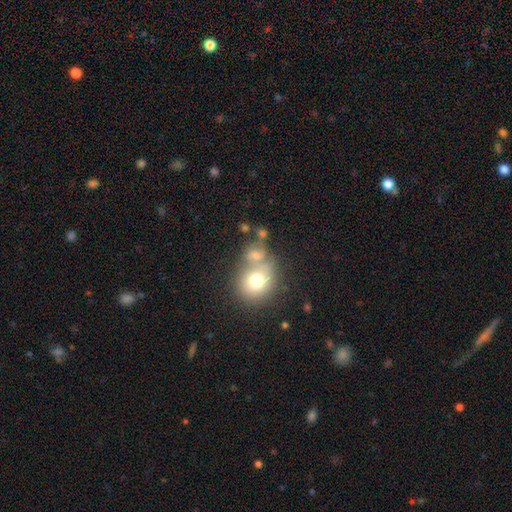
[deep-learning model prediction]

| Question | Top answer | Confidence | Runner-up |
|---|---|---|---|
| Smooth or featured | smooth | 68% | featured or disk (20%) |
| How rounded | round | 61% | in between (37%) |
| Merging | merger | 46% | none (36%) |